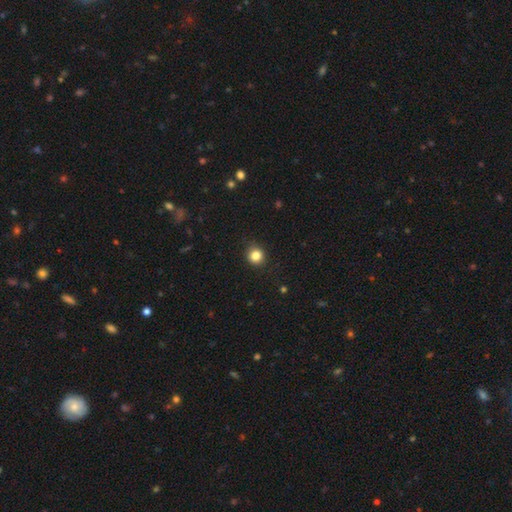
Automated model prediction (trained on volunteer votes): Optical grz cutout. It shows a smooth galaxy with no disk features (84%) that is round (90%). Merging: none (88%).